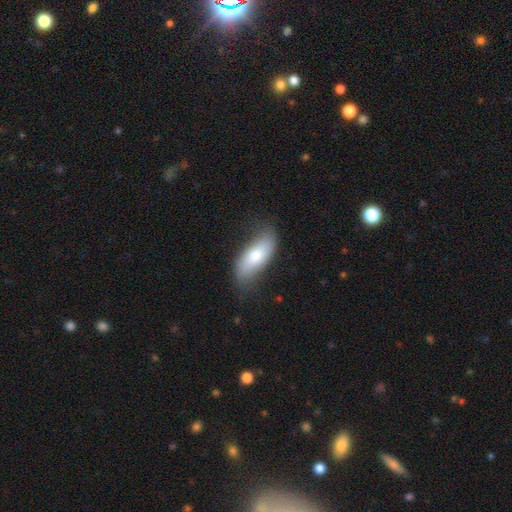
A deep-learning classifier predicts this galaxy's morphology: This is likely a smooth galaxy (65%). How rounded: likely in between (78%). Merging: likely none (67%).